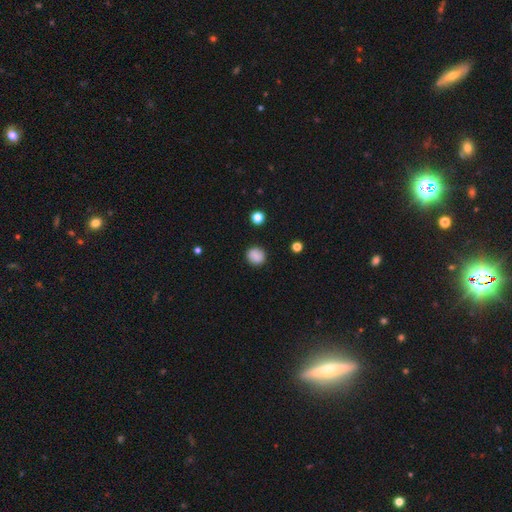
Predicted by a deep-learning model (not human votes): A smooth galaxy with no disk features (85%) that is round (86%). Merging: none (87%).